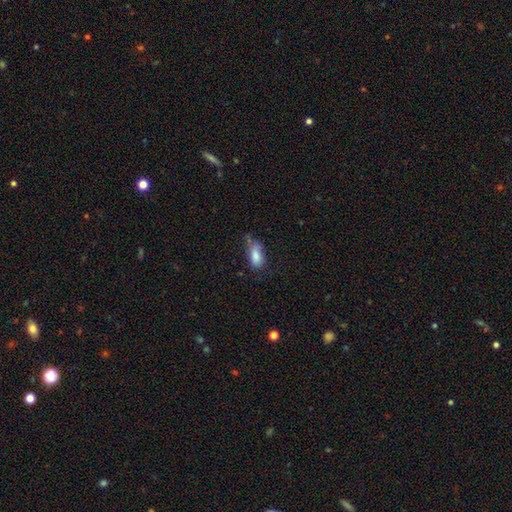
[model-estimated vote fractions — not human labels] Morphology: type=smooth (80%); roundness=in between (86%); merging=none (49%).